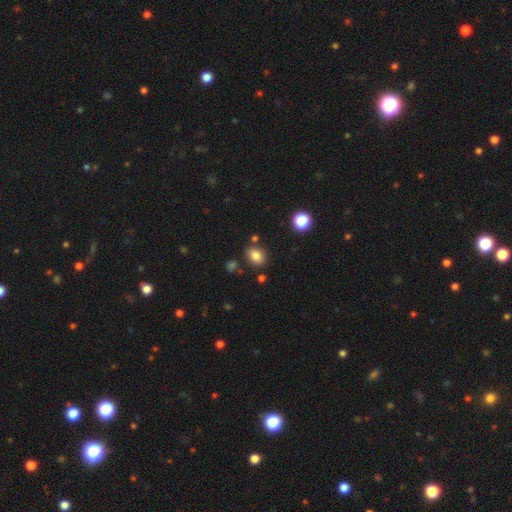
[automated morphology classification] The model was most divided on "how rounded": in between: 63%, round: 36%, cigar-shaped: 1%. More confident: smooth or featured — smooth (82%); merging — none (81%).